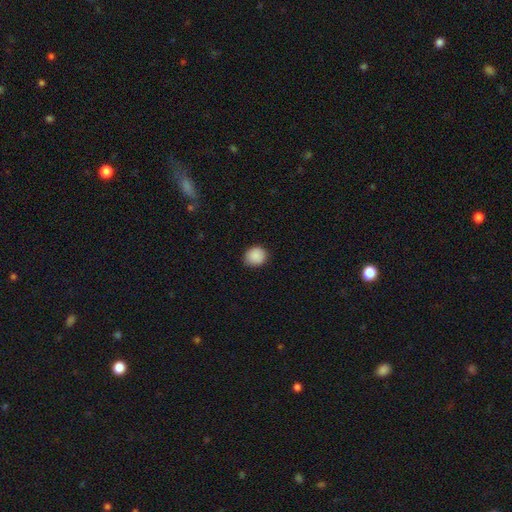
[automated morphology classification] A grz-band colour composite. It shows a smooth galaxy with no disk features (89%) that is round (78%). Merging: none (85%).